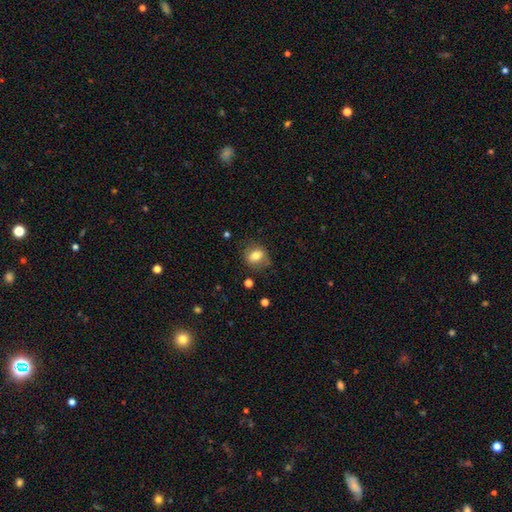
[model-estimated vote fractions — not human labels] This is likely a smooth galaxy (75%). How rounded: possibly in between (52%). Merging: likely none (74%).